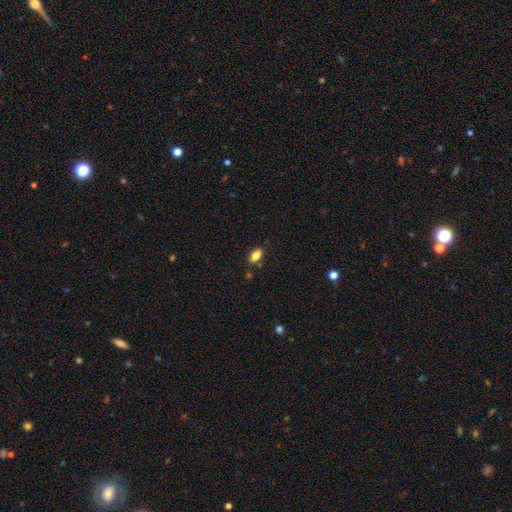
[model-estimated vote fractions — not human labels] smooth_or_featured: smooth (p=0.83) [alt: star or artifact p=0.09]
how_rounded: in between (p=0.89) [alt: round p=0.07]
merging: none (p=0.82) [alt: minor disturbance p=0.11]